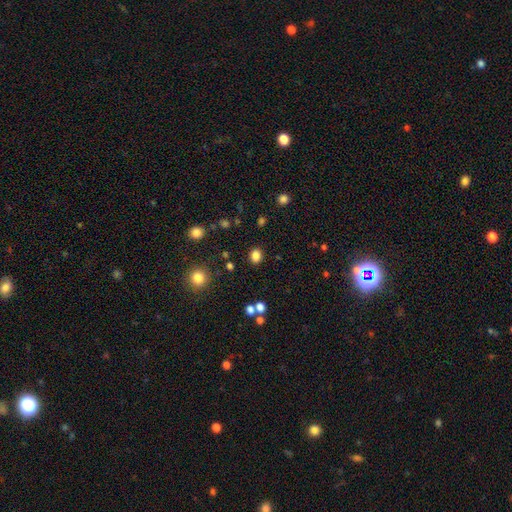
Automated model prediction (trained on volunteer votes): Smooth or featured? smooth (84%)
How rounded? round (58%)
Merging? none (87%)